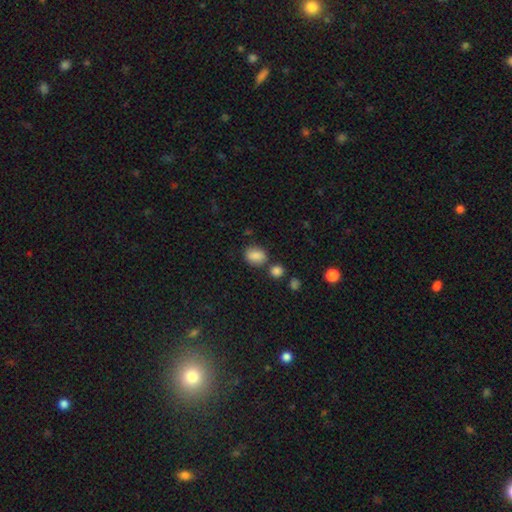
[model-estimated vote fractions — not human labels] Morphology: type=smooth (85%); roundness=in between (62%); merging=none (69%).